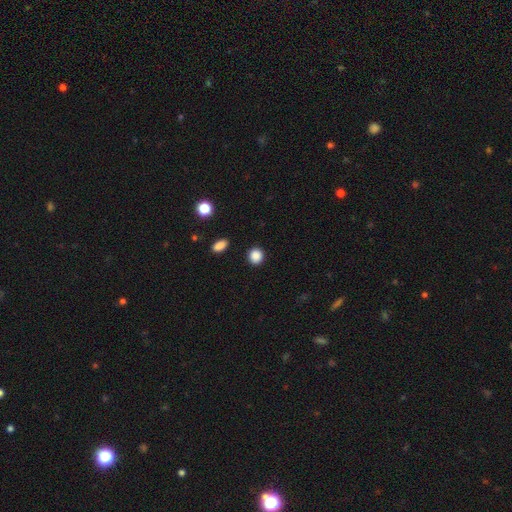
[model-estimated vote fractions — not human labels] Smooth or featured? Predicted: smooth (p=0.88). How rounded? Predicted: round (p=0.85). Merging? Predicted: none (p=0.90).